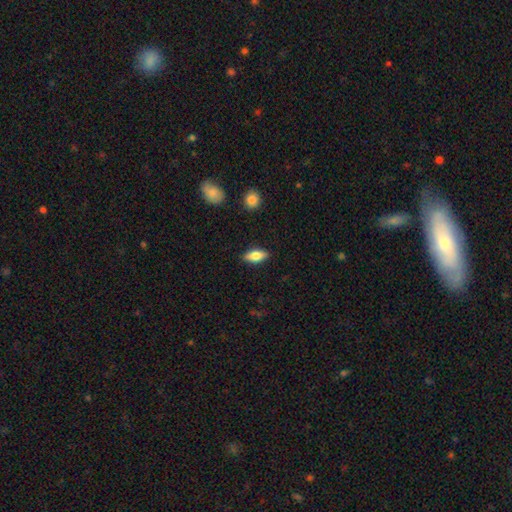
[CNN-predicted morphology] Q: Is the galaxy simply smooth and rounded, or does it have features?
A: smooth — 73%.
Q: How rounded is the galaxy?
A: in between — 80%.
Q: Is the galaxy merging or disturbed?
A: none — 88%.